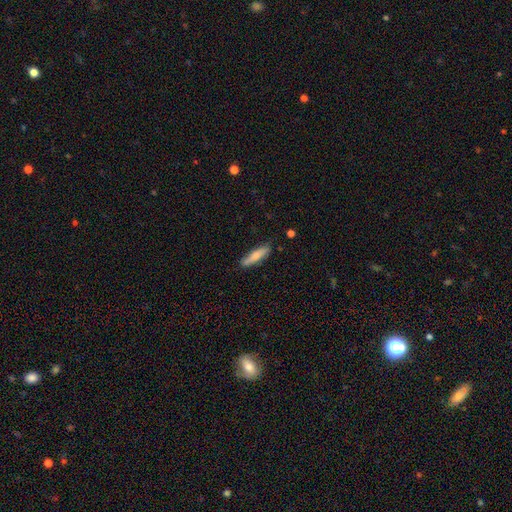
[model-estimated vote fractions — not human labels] This appears to be a smooth galaxy with no disk features (69%) that is cigar-shaped (73%). Merging: none (84%).